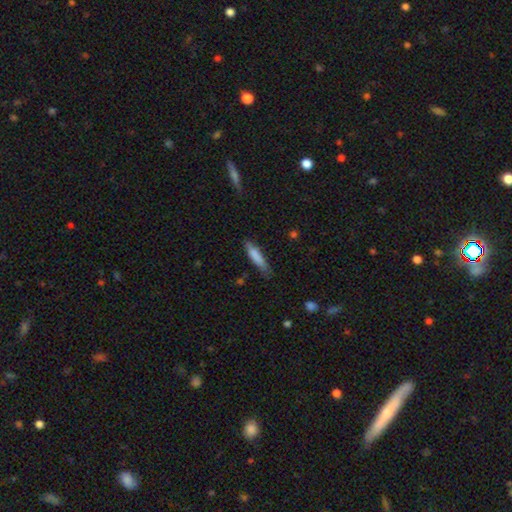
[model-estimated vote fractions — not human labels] smooth_or_featured: smooth (p=0.78) [alt: featured or disk p=0.16]
how_rounded: cigar-shaped (p=0.83) [alt: in between p=0.15]
merging: none (p=0.75) [alt: minor disturbance p=0.19]